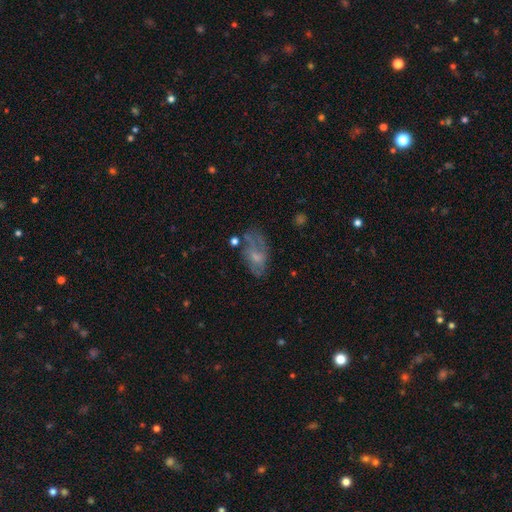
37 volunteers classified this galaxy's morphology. Volunteers were most divided on "bulge size": small: 48%, moderate: 43%, none: 10%, dominant: 0%, large: 0%. Remaining: edge-on disk — no (91%); bar — no (76%); smooth or featured — featured or disk (62%); spiral arms — no (62%); merging — minor disturbance (39%).